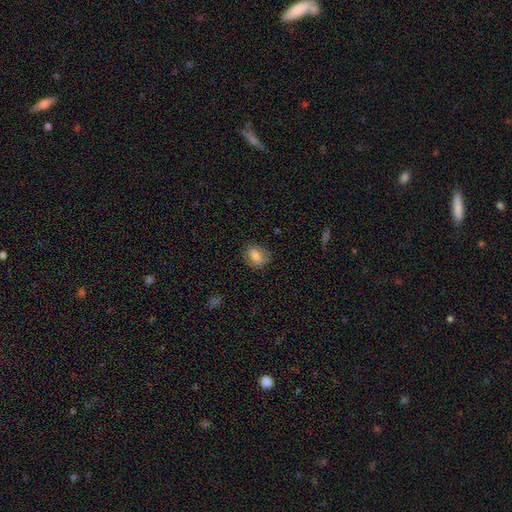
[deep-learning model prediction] smooth 75%, featured or disk 16%, star or artifact 9%. Down the decision tree: how rounded — in between (65%); merging — none (74%).